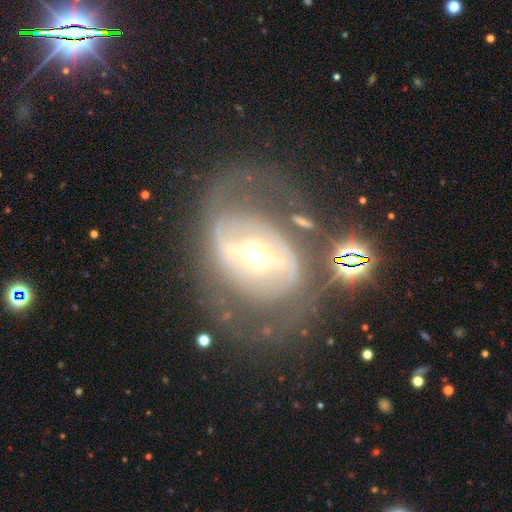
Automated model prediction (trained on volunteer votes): This appears to be a featured or disk galaxy (77%) with a strong bar (47%), spiral arms (63%) and a moderate central bulge (65%). Merging: none (55%).